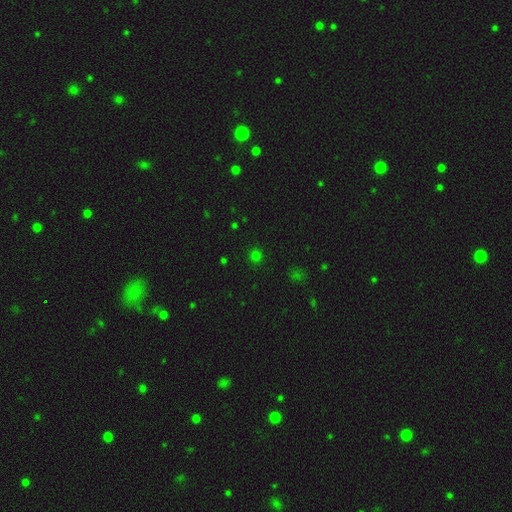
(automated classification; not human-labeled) A smooth galaxy with no disk features (72%) that is round (92%).

Vote fractions:
- Smooth or featured? smooth: 72% / star or artifact: 24% / featured or disk: 4%
- How rounded? round: 92% / in between: 7% / cigar-shaped: 1%
- Merging? none: 90% / minor disturbance: 6% / major disturbance: 2% / merger: 1%